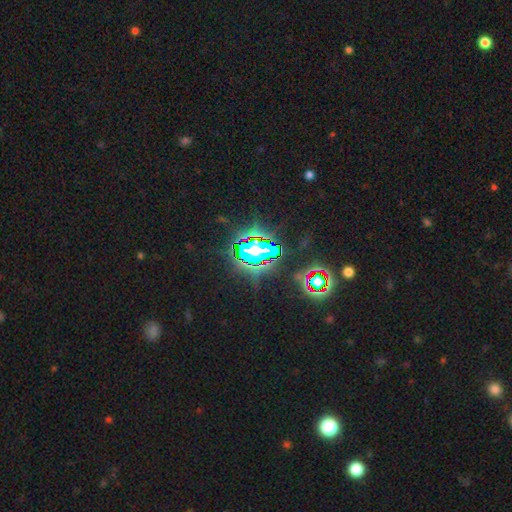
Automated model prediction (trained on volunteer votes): Overall: star or artifact (83%).